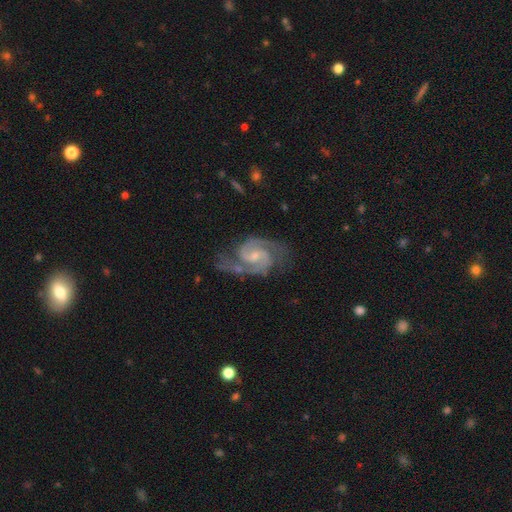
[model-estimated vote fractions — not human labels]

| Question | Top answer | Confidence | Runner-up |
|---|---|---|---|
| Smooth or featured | featured or disk | 93% | star or artifact (4%) |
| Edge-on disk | no | 98% | yes (2%) |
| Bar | weak | 51% | no (36%) |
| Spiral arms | yes | 99% | no (1%) |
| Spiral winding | medium | 62% | tight (26%) |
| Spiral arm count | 2 | 92% | 3 (3%) |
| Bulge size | small | 61% | moderate (28%) |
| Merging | none | 72% | minor disturbance (18%) |